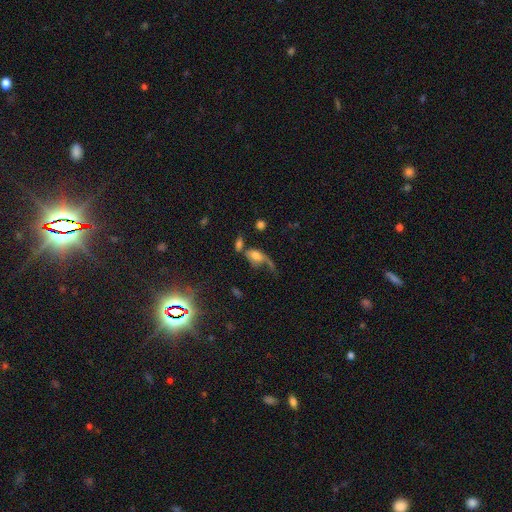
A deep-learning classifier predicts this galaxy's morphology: smooth_or_featured: smooth (p=0.48) [alt: featured or disk p=0.39]
merging: major disturbance (p=0.39) [alt: merger p=0.24]